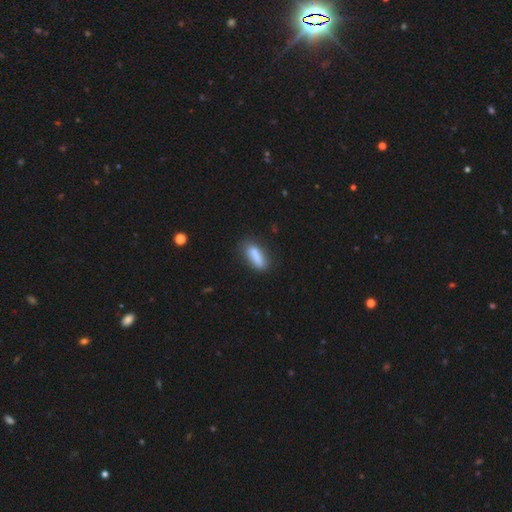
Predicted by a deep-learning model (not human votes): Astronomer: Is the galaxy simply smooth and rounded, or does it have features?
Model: smooth — 80%.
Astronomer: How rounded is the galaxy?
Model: in between — 50% (runner-up: cigar-shaped, 48%).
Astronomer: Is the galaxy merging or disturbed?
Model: none — 71%.